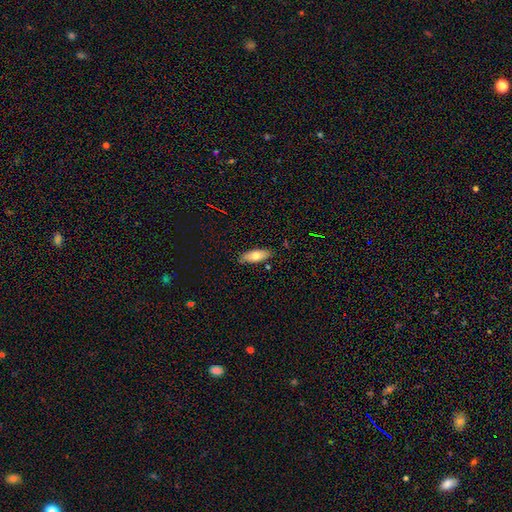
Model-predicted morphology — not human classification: smooth 71%, featured or disk 22%, star or artifact 7%. Down the decision tree: how rounded — in between (76%); merging — none (83%).